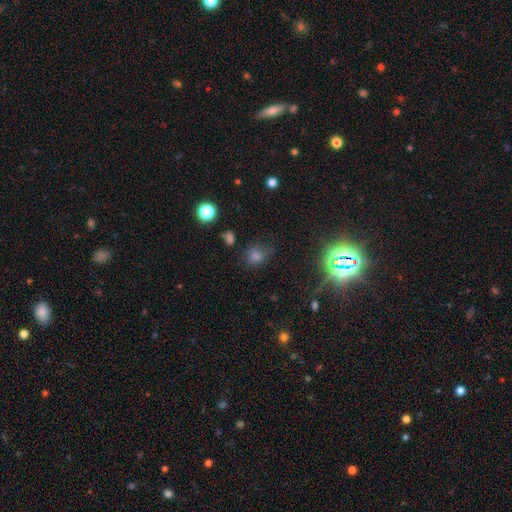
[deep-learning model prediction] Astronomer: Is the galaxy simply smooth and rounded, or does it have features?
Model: smooth — 54% (runner-up: star or artifact, 38%).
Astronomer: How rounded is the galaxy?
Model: round — 66%.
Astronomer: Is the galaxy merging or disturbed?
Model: none — 73%.